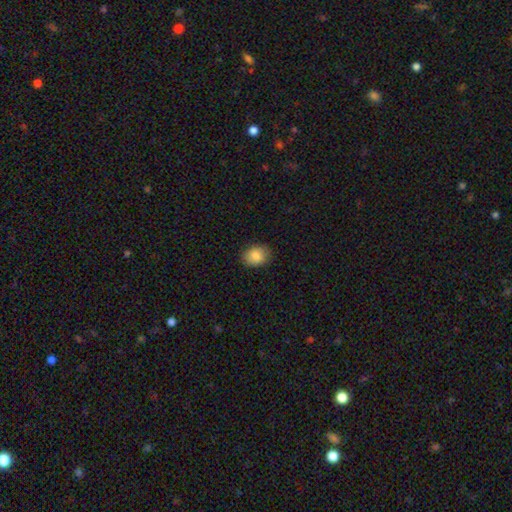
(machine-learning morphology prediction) A smooth galaxy with no disk features (86%) that is in between round and cigar-shaped (59%). Merging: none (87%).